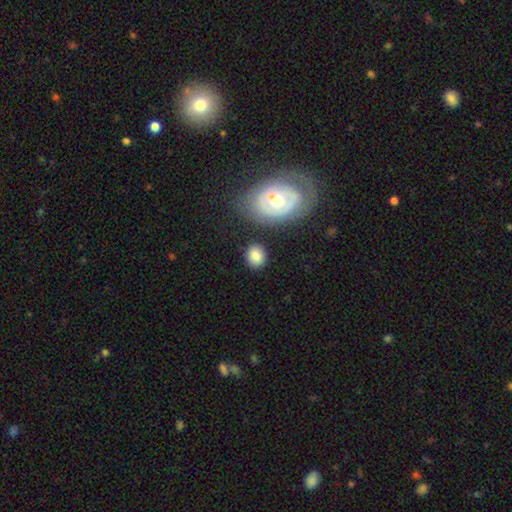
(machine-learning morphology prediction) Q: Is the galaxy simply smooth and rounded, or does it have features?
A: smooth — 80%.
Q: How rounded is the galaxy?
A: round — 66%.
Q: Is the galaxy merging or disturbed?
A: none — 77%.